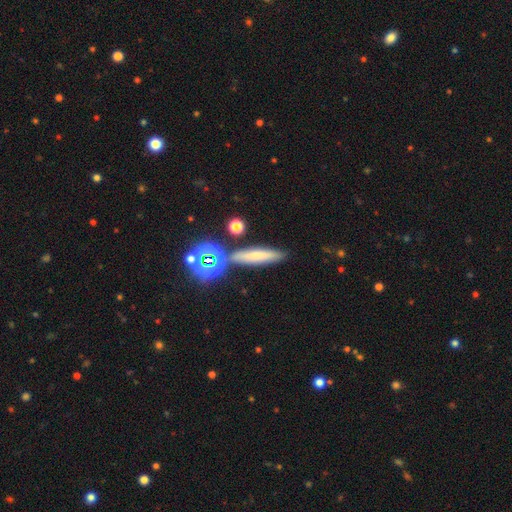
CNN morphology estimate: Smooth or featured?
  - smooth: 62% *
  - star or artifact: 20%
  - featured or disk: 18%
How rounded?
  - cigar-shaped: 72% *
  - in between: 18%
  - round: 10%
Merging?
  - none: 79% *
  - minor disturbance: 9%
  - merger: 8%
  - major disturbance: 3%